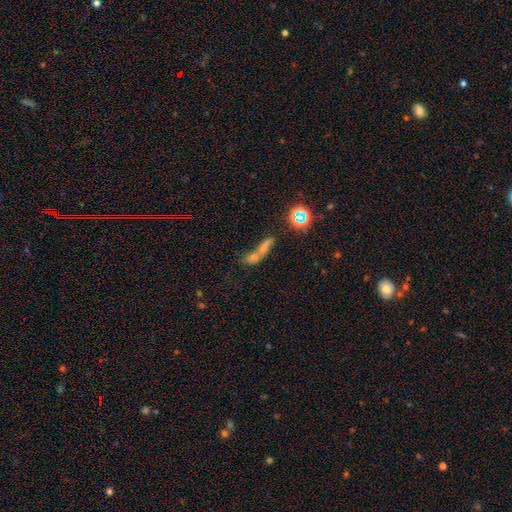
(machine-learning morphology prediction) smooth-or-featured: smooth: 54% | star or artifact: 24% | featured or disk: 22%
  how-rounded: in between: 45% | cigar-shaped: 34% | round: 21%
  merging: merger: 57% | none: 26% | minor disturbance: 9% | major disturbance: 9%